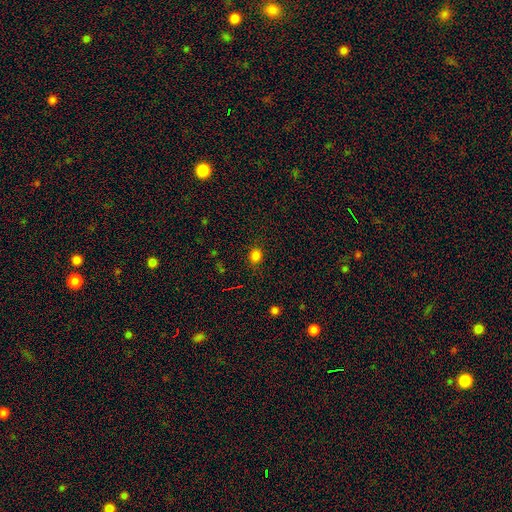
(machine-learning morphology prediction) A smooth galaxy with no disk features (80%) that is round (68%).

Vote fractions:
- Smooth or featured? smooth: 80% / star or artifact: 15% / featured or disk: 4%
- How rounded? round: 68% / in between: 31% / cigar-shaped: 1%
- Merging? none: 85% / minor disturbance: 11% / major disturbance: 3% / merger: 1%